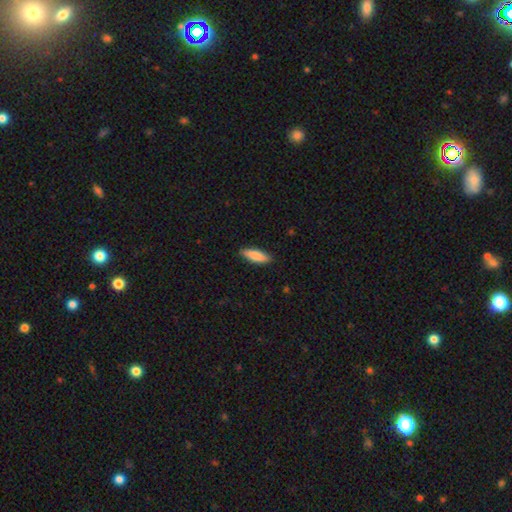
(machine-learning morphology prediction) smooth-or-featured: smooth: 85% | featured or disk: 10% | star or artifact: 6%
  how-rounded: cigar-shaped: 50% | in between: 48% | round: 2%
  merging: none: 87% | minor disturbance: 10% | major disturbance: 2% | merger: 1%